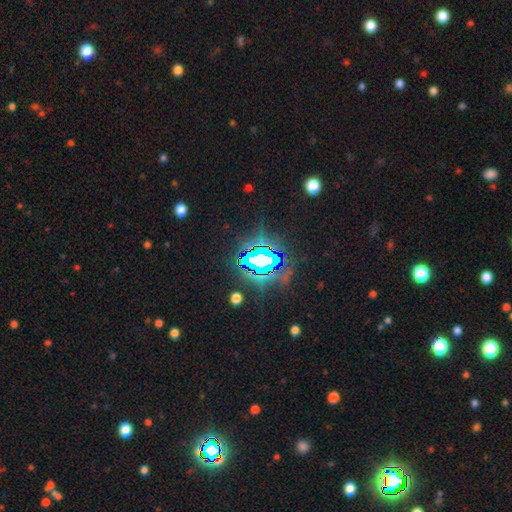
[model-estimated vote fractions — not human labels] Smooth or featured?
  - star or artifact: 75% *
  - smooth: 13%
  - featured or disk: 12%